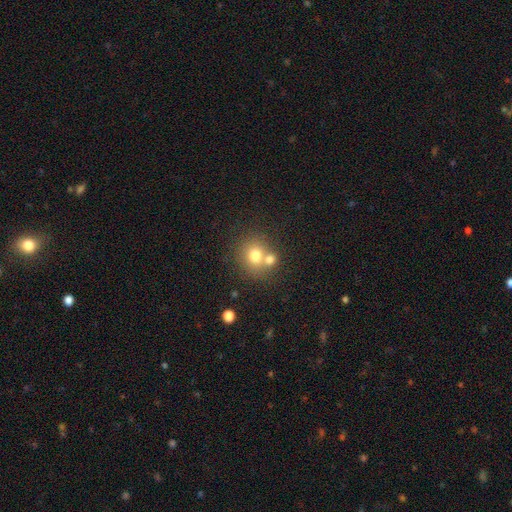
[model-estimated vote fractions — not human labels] Q: Smooth or featured?
A: smooth (73%); runner-up: featured or disk (15%)
Q: How rounded?
A: round (81%); runner-up: in between (18%)
Q: Merging?
A: none (49%); runner-up: merger (40%)